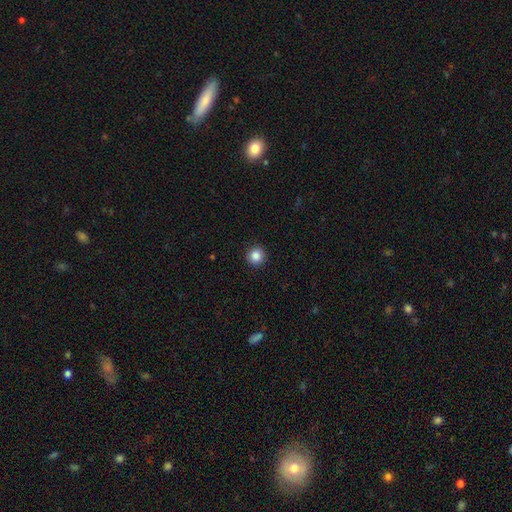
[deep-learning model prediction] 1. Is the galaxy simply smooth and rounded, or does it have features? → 86% smooth, 10% star or artifact, 4% featured or disk.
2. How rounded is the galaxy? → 94% round, 5% in between, 1% cigar-shaped.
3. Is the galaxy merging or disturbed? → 92% none, 5% minor disturbance, 2% major disturbance, 1% merger.